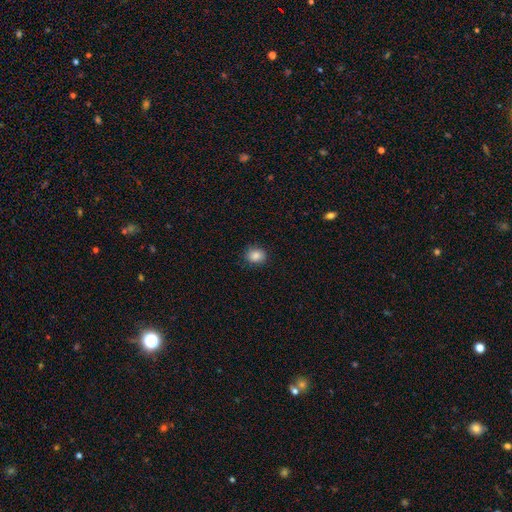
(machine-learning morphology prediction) The model was most divided on "how rounded": round: 59%, in between: 40%, cigar-shaped: 1%. More confident: smooth or featured — smooth (86%); merging — none (86%).